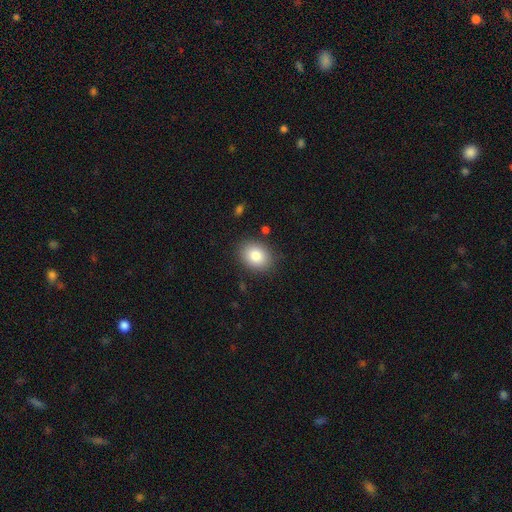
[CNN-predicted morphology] Q: Smooth or featured?
A: smooth (84%); runner-up: star or artifact (8%)
Q: How rounded?
A: in between (64%); runner-up: round (35%)
Q: Merging?
A: none (86%); runner-up: minor disturbance (10%)